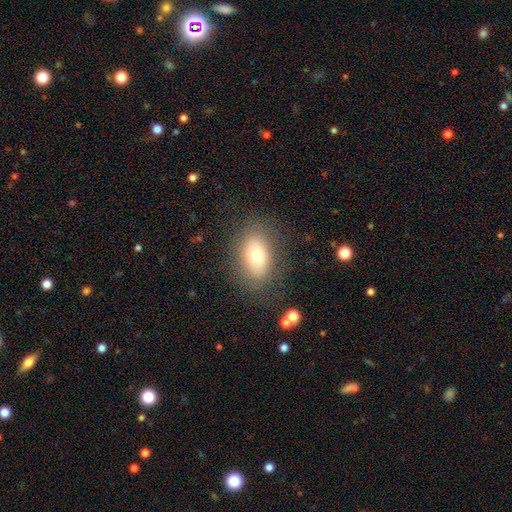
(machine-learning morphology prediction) This is likely a smooth galaxy (70%). How rounded: clearly in between (84%). Merging: likely none (79%).